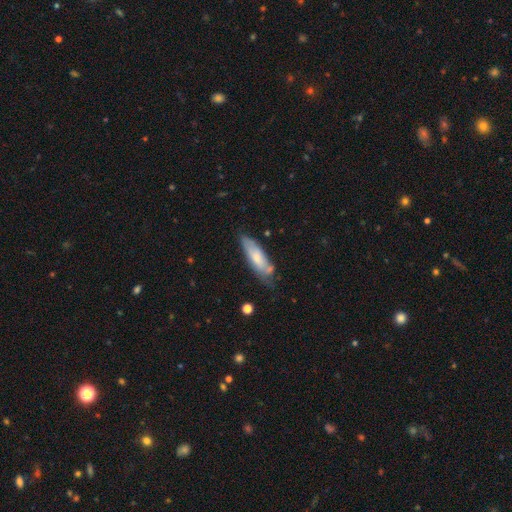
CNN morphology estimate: smooth_or_featured: smooth (p=0.60) [alt: featured or disk p=0.33]
how_rounded: cigar-shaped (p=0.50) [alt: in between p=0.48]
merging: none (p=0.62) [alt: minor disturbance p=0.27]